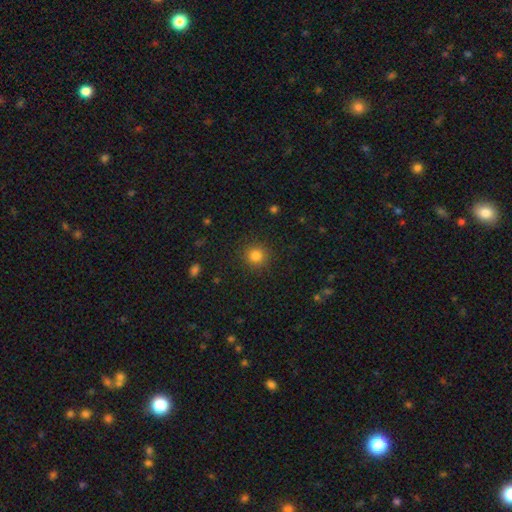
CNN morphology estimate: This is clearly a smooth galaxy (83%). How rounded: clearly round (93%). Merging: clearly none (89%).